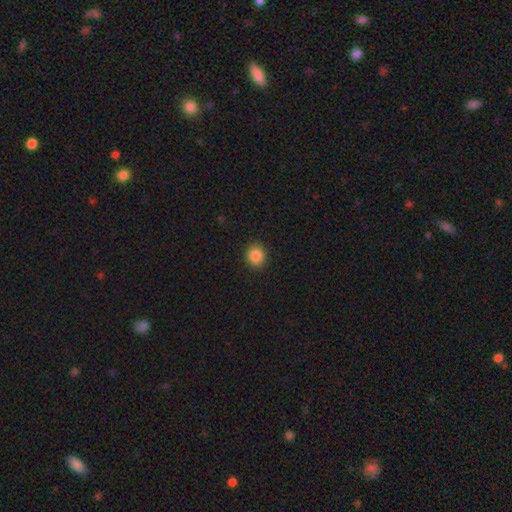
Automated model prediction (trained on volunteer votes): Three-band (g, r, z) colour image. It shows a smooth galaxy with no disk features (86%) that is round (87%). Merging: none (91%).